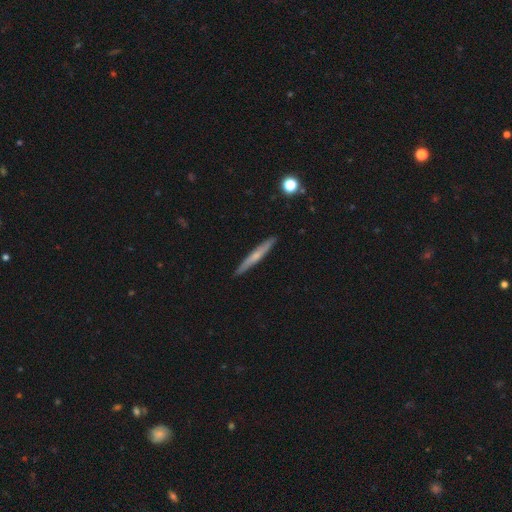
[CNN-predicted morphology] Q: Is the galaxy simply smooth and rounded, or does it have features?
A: featured or disk — 47%, tied with smooth.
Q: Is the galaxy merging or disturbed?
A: none — 90%.